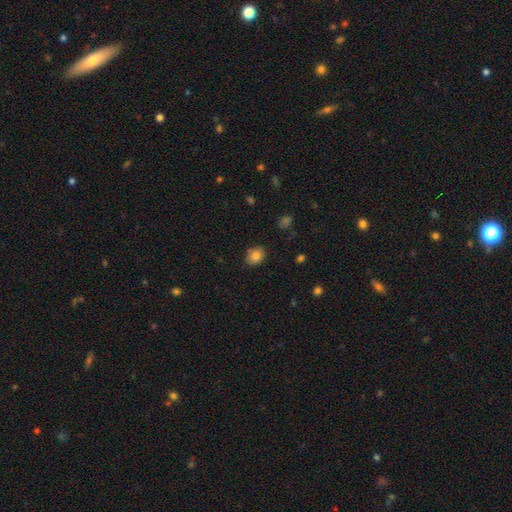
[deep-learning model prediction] Q: Smooth or featured?
A: smooth (83%); runner-up: star or artifact (10%)
Q: How rounded?
A: in between (51%); runner-up: round (48%)
Q: Merging?
A: none (81%); runner-up: minor disturbance (14%)